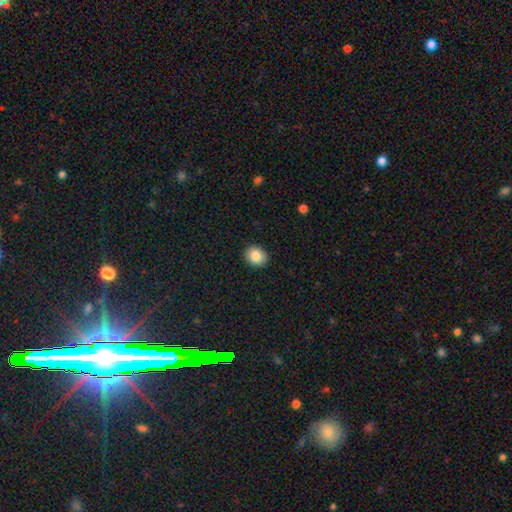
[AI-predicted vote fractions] A smooth galaxy with no disk features (86%) that is round (61%). Merging: none (91%).